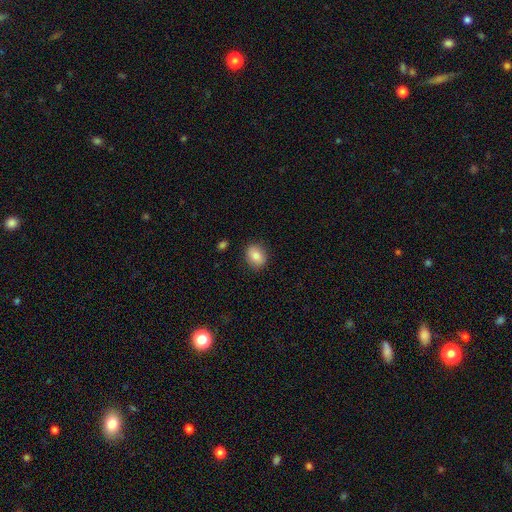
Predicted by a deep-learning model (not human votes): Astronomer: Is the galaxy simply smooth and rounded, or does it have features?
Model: smooth — 83%.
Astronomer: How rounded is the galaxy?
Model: in between — 52% (runner-up: round, 47%).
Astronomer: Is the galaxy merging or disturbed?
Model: none — 88%.